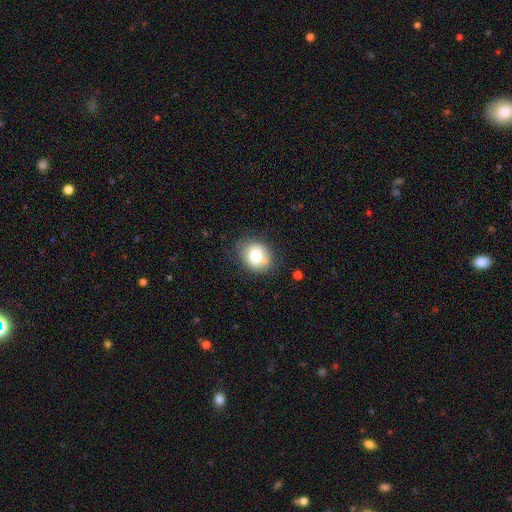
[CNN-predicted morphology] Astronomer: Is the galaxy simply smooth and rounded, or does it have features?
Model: smooth — 79%.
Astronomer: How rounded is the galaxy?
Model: round — 51% (runner-up: in between, 48%).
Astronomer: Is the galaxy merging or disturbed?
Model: none — 75%.